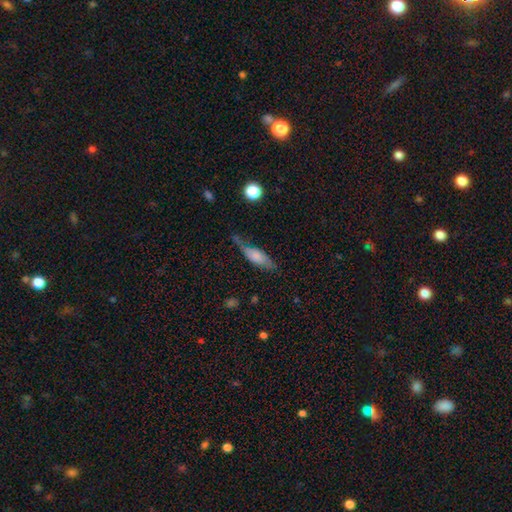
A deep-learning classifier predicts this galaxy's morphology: A smooth galaxy with no disk features (60%) that is in between round and cigar-shaped (59%).

Vote fractions:
- Smooth or featured? smooth: 60% / featured or disk: 33% / star or artifact: 8%
- How rounded? in between: 59% / cigar-shaped: 38% / round: 4%
- Merging? none: 45% / minor disturbance: 33% / major disturbance: 16% / merger: 5%